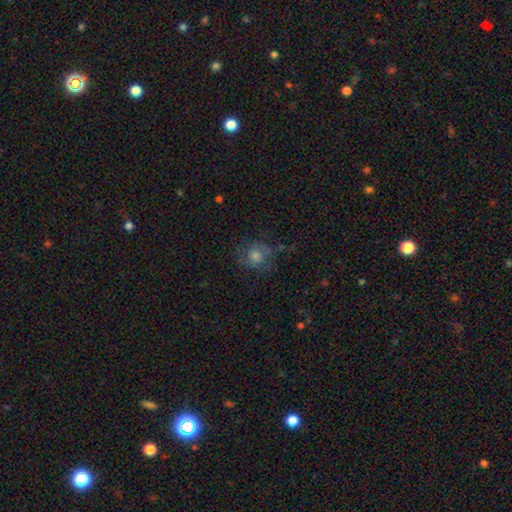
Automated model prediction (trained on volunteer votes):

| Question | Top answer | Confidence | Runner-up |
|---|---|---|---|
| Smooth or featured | smooth | 42% | featured or disk (41%) |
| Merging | none | 67% | minor disturbance (18%) |